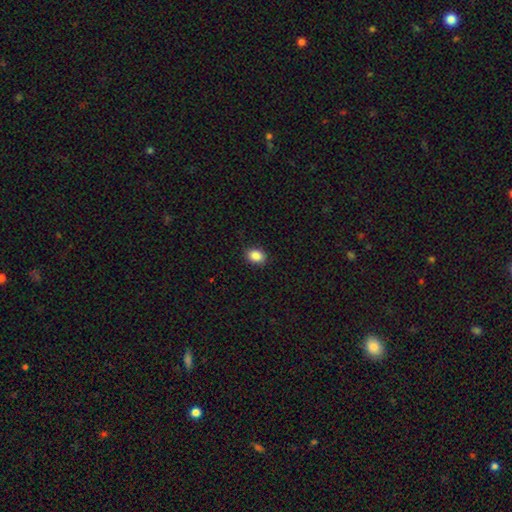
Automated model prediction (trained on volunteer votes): Smooth or featured? Predicted: smooth (p=0.88). How rounded? Predicted: in between (p=0.67). Merging? Predicted: none (p=0.89).